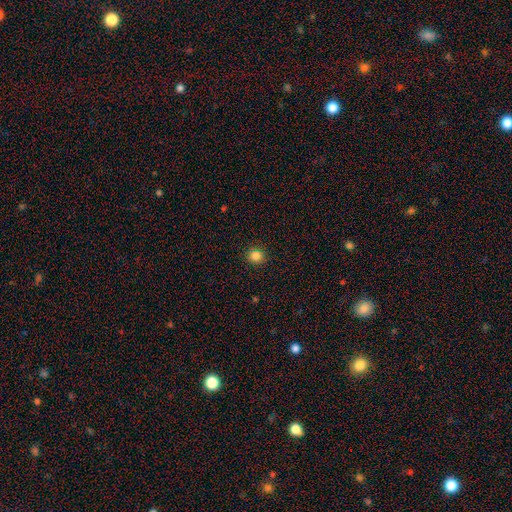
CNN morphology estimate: A smooth galaxy with no disk features (84%) that is round (89%).

Vote fractions:
- Smooth or featured? smooth: 84% / star or artifact: 12% / featured or disk: 4%
- How rounded? round: 89% / in between: 10% / cigar-shaped: 1%
- Merging? none: 91% / minor disturbance: 6% / major disturbance: 2% / merger: 1%